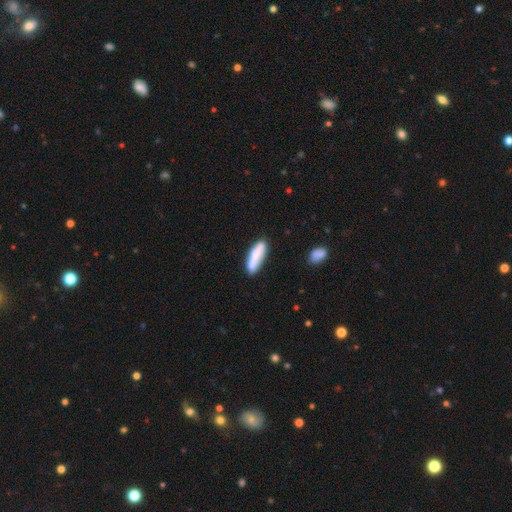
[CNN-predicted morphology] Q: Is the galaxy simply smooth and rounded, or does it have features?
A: smooth — 66%.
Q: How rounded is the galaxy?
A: cigar-shaped — 56%.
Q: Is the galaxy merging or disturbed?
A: none — 65%.